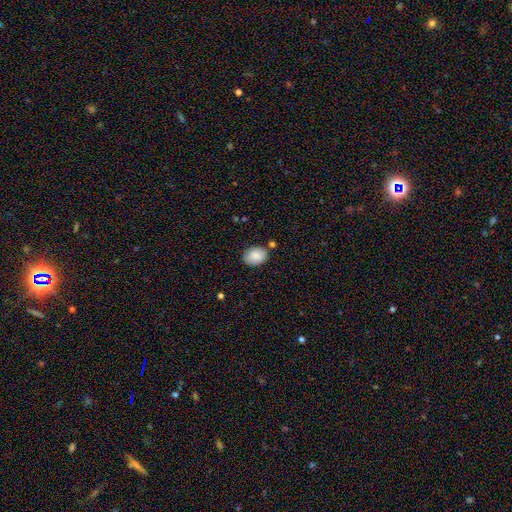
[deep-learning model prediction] Morphology: type=smooth (87%); roundness=in between (66%); merging=none (79%).